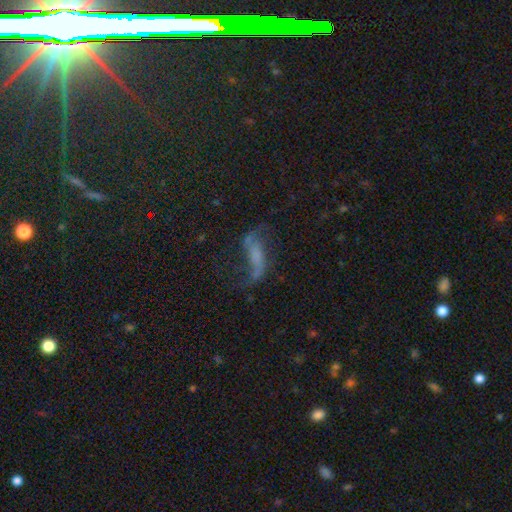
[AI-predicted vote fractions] featured or disk 65%, smooth 18%, star or artifact 17%. Down the decision tree: edge-on disk — no (88%); bar — no (41%); spiral arms — yes (84%); bulge size — none (50%); merging — none (51%).